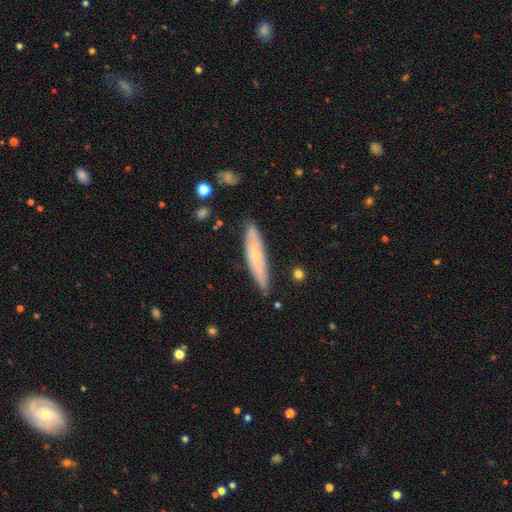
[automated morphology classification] type=featured or disk (48%); merging=none (79%).